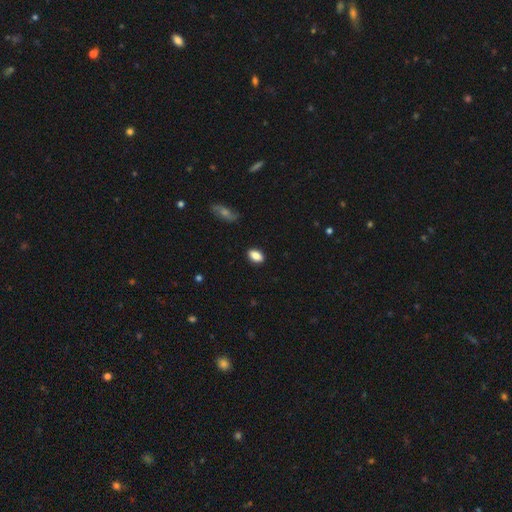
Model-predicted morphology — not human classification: The model was most divided on "smooth or featured": smooth: 85%, featured or disk: 8%, star or artifact: 7%. More confident: how rounded — in between (89%); merging — none (87%).